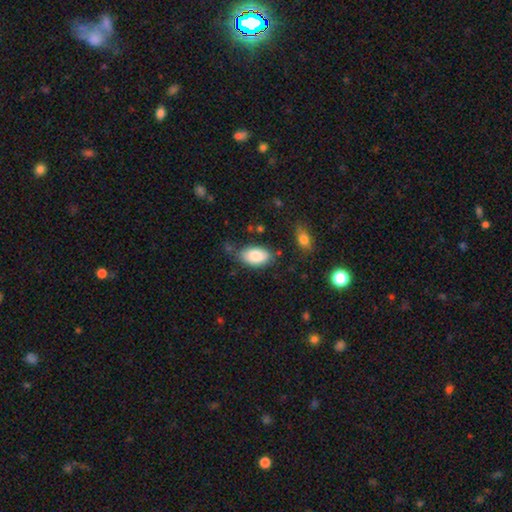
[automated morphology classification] smooth-or-featured: smooth: 84% | featured or disk: 10% | star or artifact: 6%
  how-rounded: in between: 94% | round: 4% | cigar-shaped: 2%
  merging: none: 70% | minor disturbance: 21% | major disturbance: 5% | merger: 5%